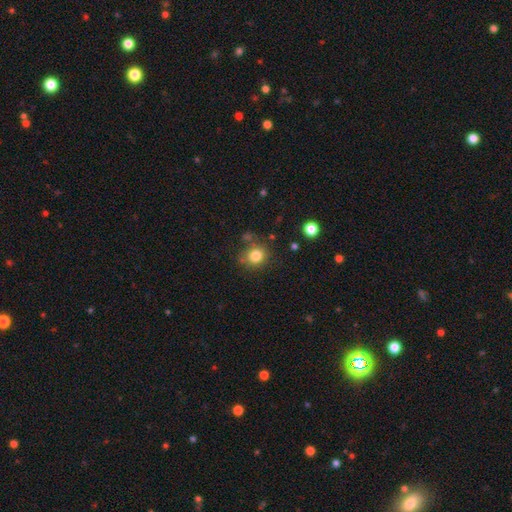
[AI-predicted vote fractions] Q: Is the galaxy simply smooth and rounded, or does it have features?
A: smooth — 82%.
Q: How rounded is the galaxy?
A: round — 82%.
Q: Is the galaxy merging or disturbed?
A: none — 74%.